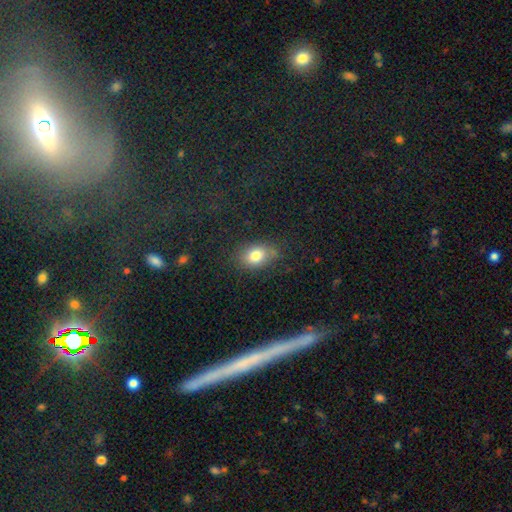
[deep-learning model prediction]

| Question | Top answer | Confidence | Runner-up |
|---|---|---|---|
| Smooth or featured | smooth | 79% | star or artifact (11%) |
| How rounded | in between | 76% | round (23%) |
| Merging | none | 76% | minor disturbance (17%) |